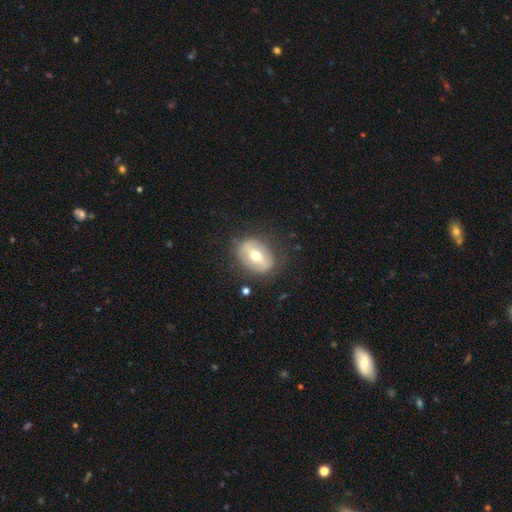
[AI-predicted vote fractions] This is possibly a featured or disk galaxy (53%). It is clearly not viewed edge-on (91%). Merging: likely none (79%).